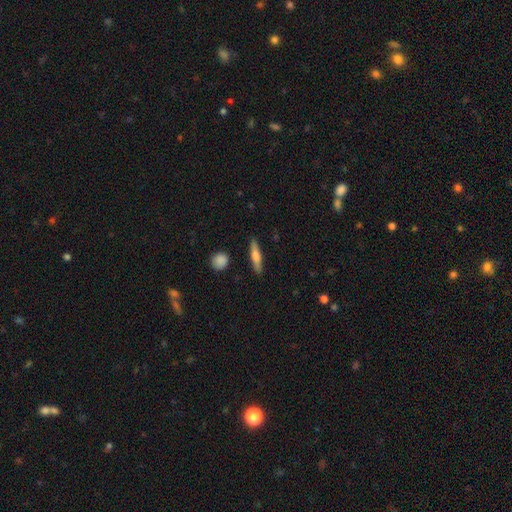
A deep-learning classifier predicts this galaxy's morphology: The model was most divided on "smooth or featured": smooth: 58%, featured or disk: 36%, star or artifact: 6%. More confident: merging — none (87%); how rounded — cigar-shaped (80%).